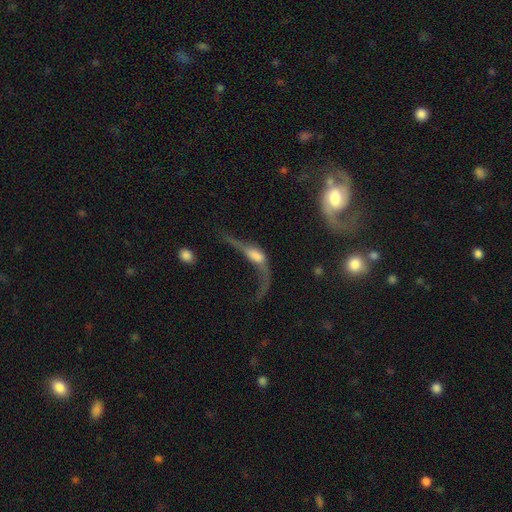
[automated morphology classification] This is likely a featured or disk galaxy (65%). It is likely not viewed edge-on (68%). Merging: possibly major disturbance (51%).